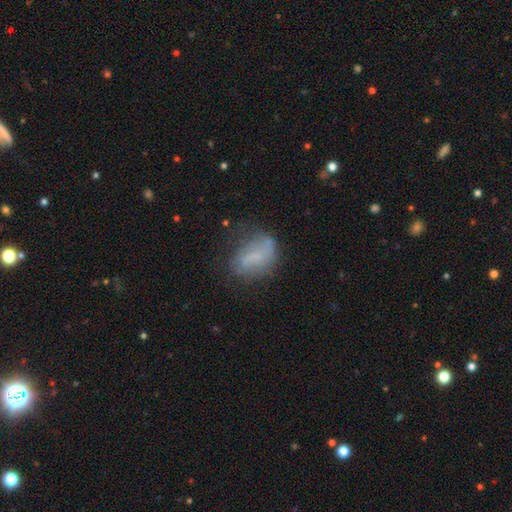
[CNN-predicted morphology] The model was most divided on "smooth or featured": smooth: 54%, featured or disk: 35%, star or artifact: 11%. Remaining: how rounded — in between (79%); merging — none (49%).